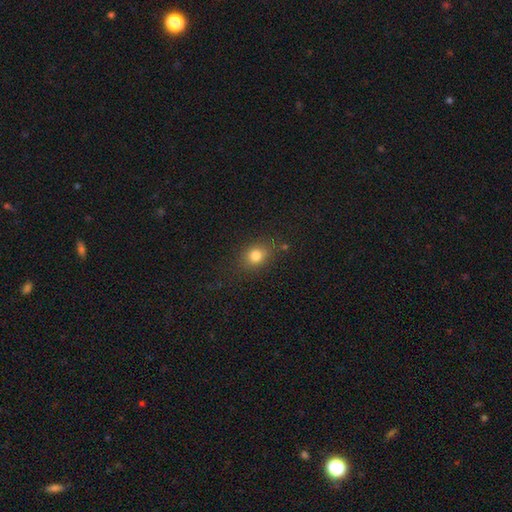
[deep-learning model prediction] Morphology: type=smooth (79%); roundness=round (55%); merging=none (79%).